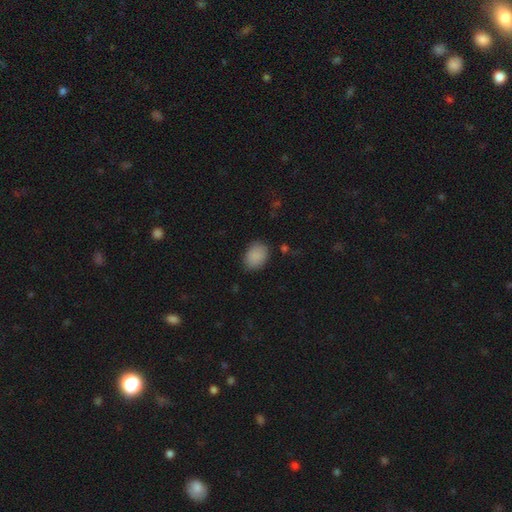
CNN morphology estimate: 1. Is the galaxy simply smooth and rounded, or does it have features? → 88% smooth, 8% star or artifact, 4% featured or disk.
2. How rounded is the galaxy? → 62% in between, 37% round, 1% cigar-shaped.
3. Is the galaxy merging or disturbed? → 82% none, 13% minor disturbance, 3% major disturbance, 2% merger.